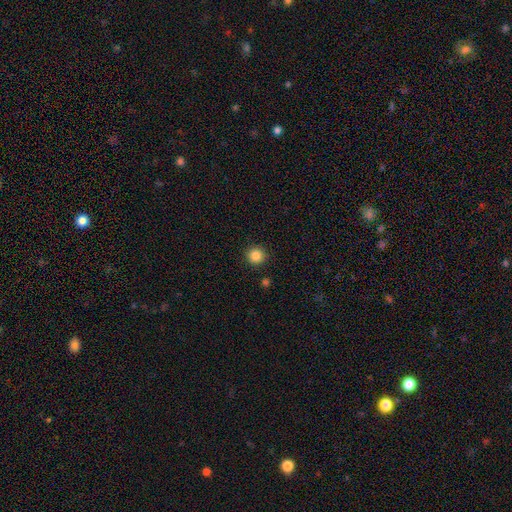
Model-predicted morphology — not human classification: Q: Smooth or featured?
A: smooth (86%); runner-up: star or artifact (10%)
Q: How rounded?
A: round (95%); runner-up: in between (4%)
Q: Merging?
A: none (91%); runner-up: minor disturbance (5%)